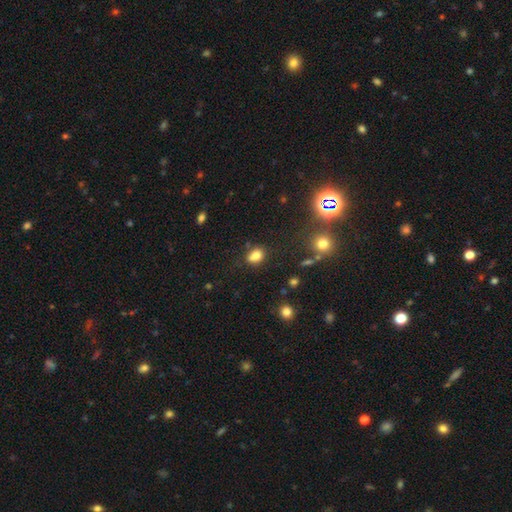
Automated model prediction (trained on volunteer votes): smooth-or-featured: smooth: 80% | star or artifact: 13% | featured or disk: 8%
  how-rounded: in between: 67% | round: 31% | cigar-shaped: 2%
  merging: none: 68% | minor disturbance: 18% | merger: 9% | major disturbance: 5%